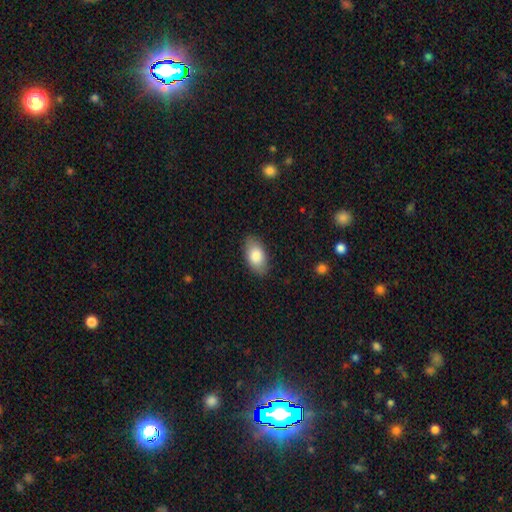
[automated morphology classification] smooth-or-featured: smooth: 83% | featured or disk: 10% | star or artifact: 6%
  how-rounded: in between: 93% | round: 4% | cigar-shaped: 2%
  merging: none: 85% | minor disturbance: 11% | major disturbance: 3% | merger: 1%